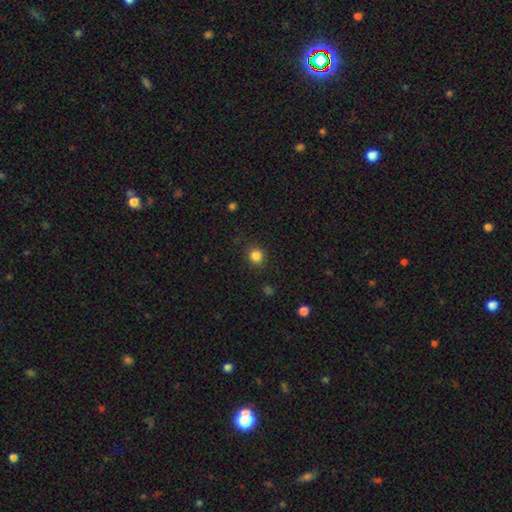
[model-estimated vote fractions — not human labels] smooth-or-featured: smooth: 84% | star or artifact: 12% | featured or disk: 4%
  how-rounded: round: 90% | in between: 9% | cigar-shaped: 1%
  merging: none: 89% | minor disturbance: 7% | major disturbance: 3% | merger: 1%